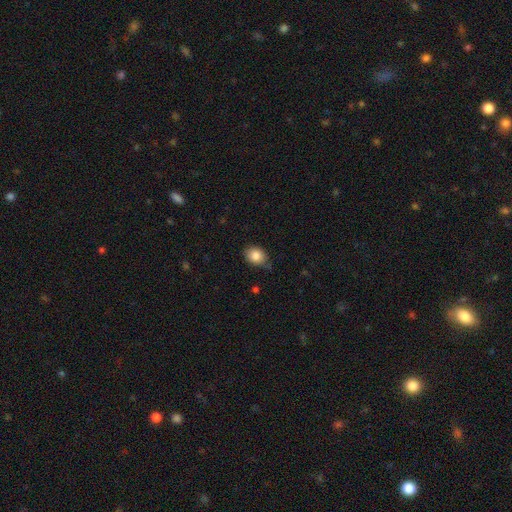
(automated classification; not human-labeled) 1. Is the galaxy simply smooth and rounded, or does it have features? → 86% smooth, 9% star or artifact, 6% featured or disk.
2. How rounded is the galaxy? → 54% in between, 45% round, 1% cigar-shaped.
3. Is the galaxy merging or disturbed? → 72% none, 22% minor disturbance, 4% major disturbance, 2% merger.